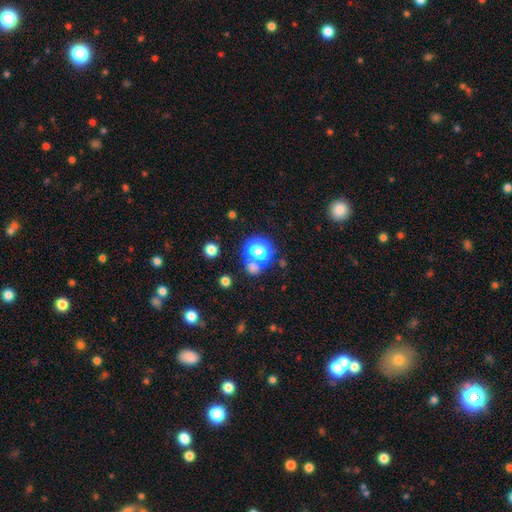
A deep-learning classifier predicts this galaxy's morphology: The model was most divided on "smooth or featured": smooth: 60%, star or artifact: 29%, featured or disk: 11%. More confident: how rounded — round (79%); merging — none (56%).